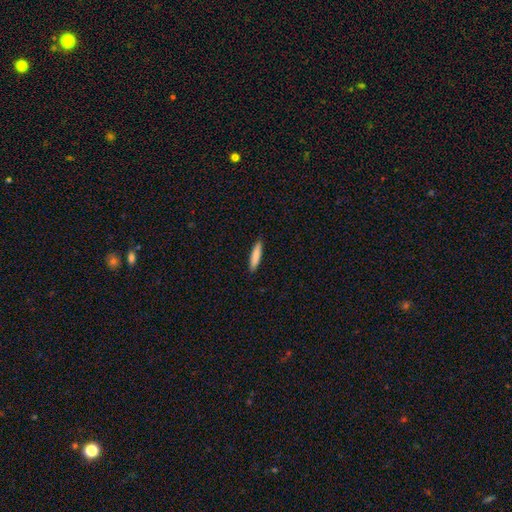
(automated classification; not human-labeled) smooth 84%, featured or disk 10%, star or artifact 5%. Down the decision tree: how rounded — cigar-shaped (85%); merging — none (90%).